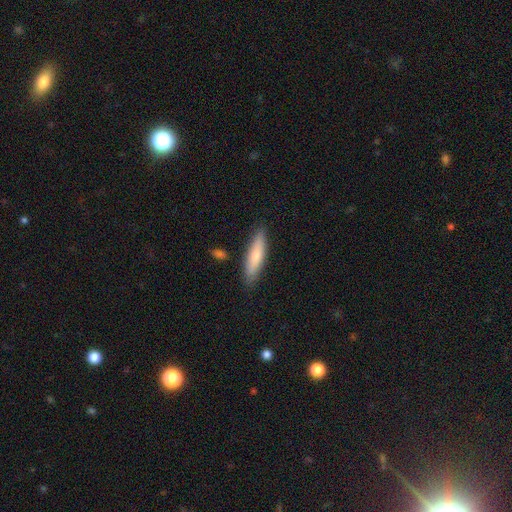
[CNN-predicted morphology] smooth_or_featured: smooth (p=0.74) [alt: featured or disk p=0.21]
how_rounded: cigar-shaped (p=0.73) [alt: in between p=0.25]
merging: none (p=0.85) [alt: minor disturbance p=0.11]